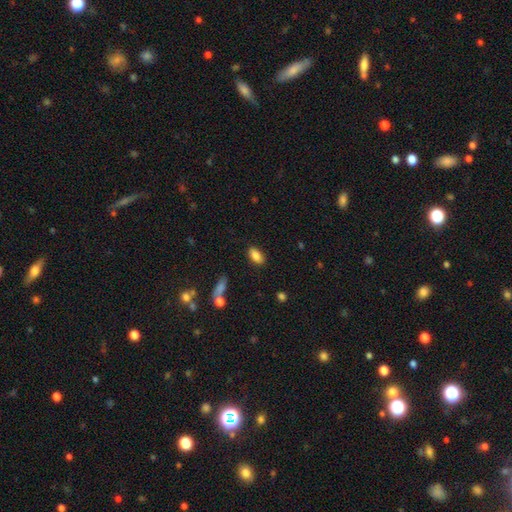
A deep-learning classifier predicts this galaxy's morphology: Smooth or featured? smooth (85%)
How rounded? in between (89%)
Merging? none (85%)